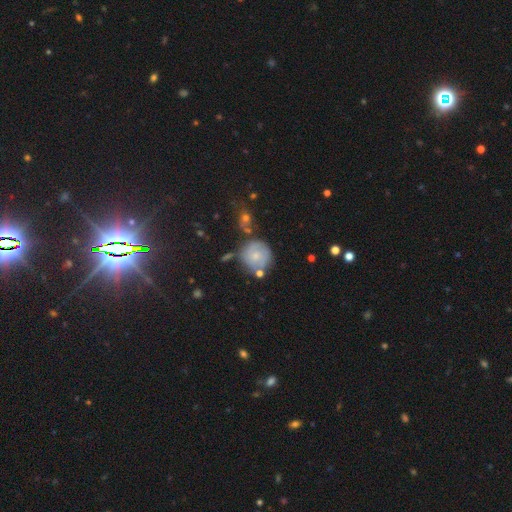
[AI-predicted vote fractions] Smooth or featured: smooth — 55% (featured or disk — 35%)
How rounded: round — 90% (in between — 9%)
Merging: none — 60% (minor disturbance — 21%)